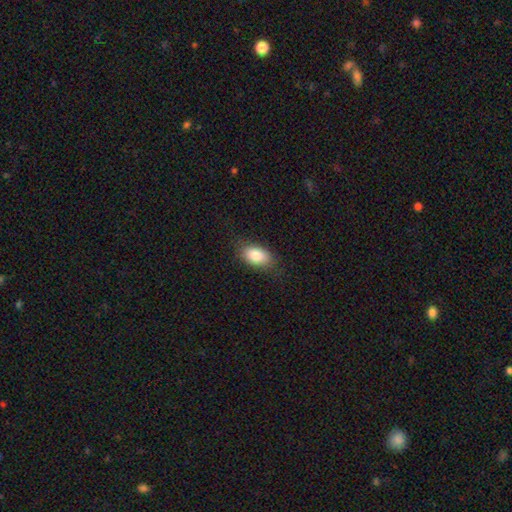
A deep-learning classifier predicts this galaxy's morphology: type=smooth (83%); roundness=in between (90%); merging=none (80%).